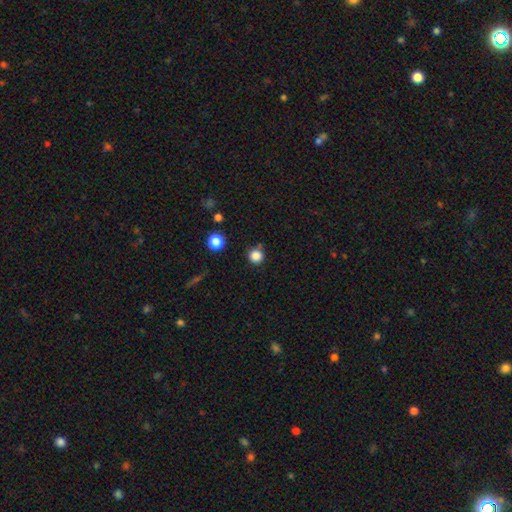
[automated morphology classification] Smooth or featured?
  - smooth: 83% *
  - star or artifact: 13%
  - featured or disk: 4%
How rounded?
  - round: 94% *
  - in between: 5%
  - cigar-shaped: 1%
Merging?
  - none: 82% *
  - minor disturbance: 10%
  - merger: 6%
  - major disturbance: 3%